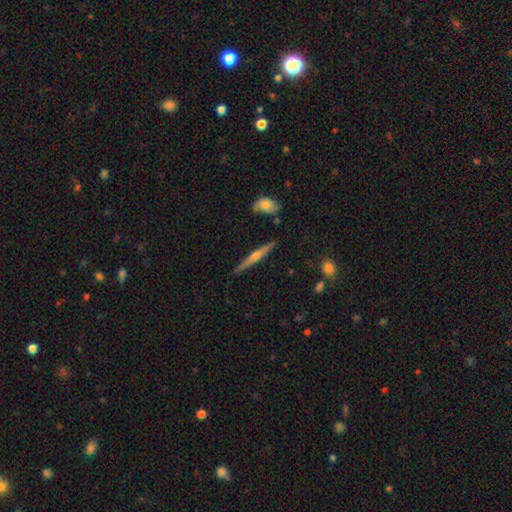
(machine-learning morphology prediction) featured or disk 69%, smooth 24%, star or artifact 6%. Down the decision tree: edge-on disk — yes (98%); edge-on bulge — rounded (88%); merging — none (89%).